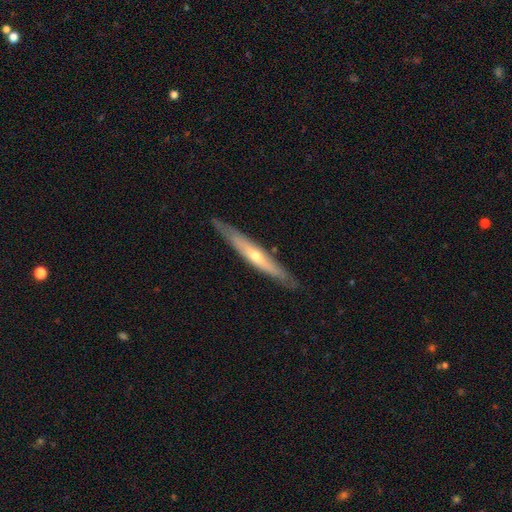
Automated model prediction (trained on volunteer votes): A featured or disk galaxy (66%) viewed edge-on (90%) with a rounded central bulge (74%). Merging: none (87%).